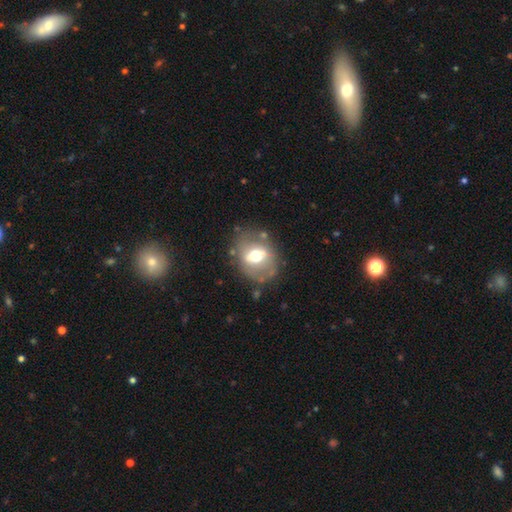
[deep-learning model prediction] The model was most divided on "smooth or featured": featured or disk: 50%, smooth: 41%, star or artifact: 9%. More confident: merging — none (72%).